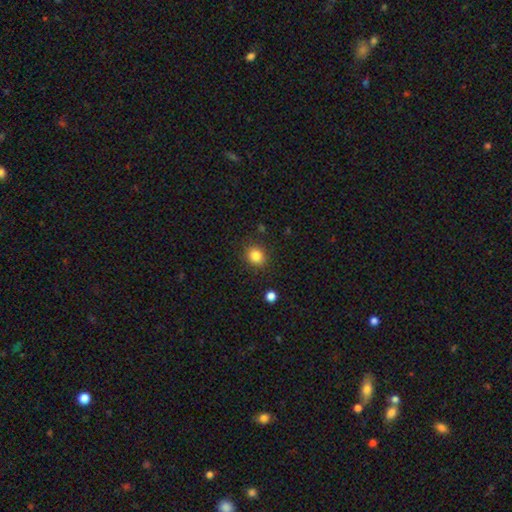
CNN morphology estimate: A smooth galaxy with no disk features (84%) that is round (78%).

Vote fractions:
- Smooth or featured? smooth: 84% / star or artifact: 11% / featured or disk: 5%
- How rounded? round: 78% / in between: 21% / cigar-shaped: 1%
- Merging? none: 87% / minor disturbance: 8% / major disturbance: 3% / merger: 2%